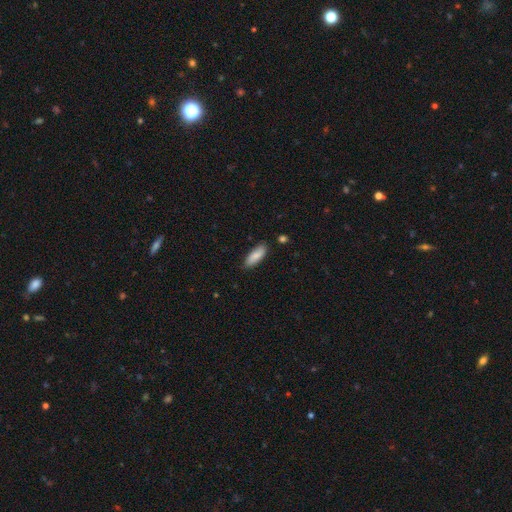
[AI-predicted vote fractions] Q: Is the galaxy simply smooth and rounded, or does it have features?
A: smooth — 84%.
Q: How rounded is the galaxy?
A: in between — 65%.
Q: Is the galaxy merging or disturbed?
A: none — 83%.